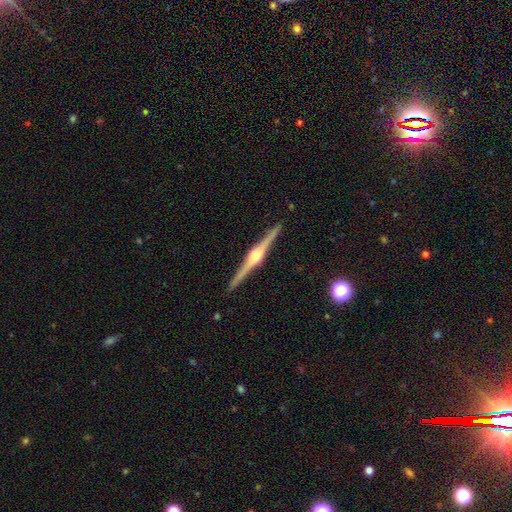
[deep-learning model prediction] Smooth or featured? featured or disk (88%)
Edge-on disk? yes (99%)
Edge-on bulge? rounded (86%)
Merging? none (93%)